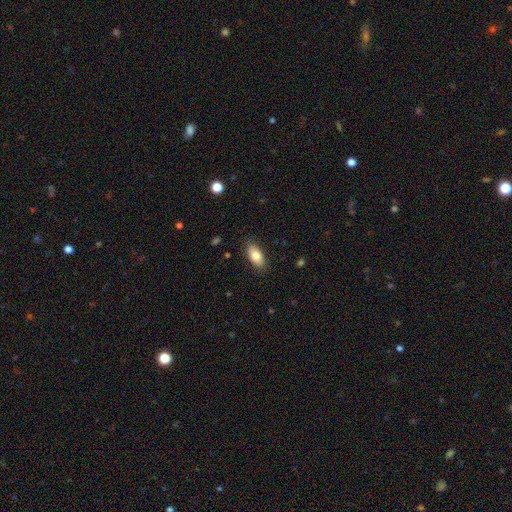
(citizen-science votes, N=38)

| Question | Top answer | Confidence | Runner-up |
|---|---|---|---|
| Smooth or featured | smooth | 76% | featured or disk (18%) |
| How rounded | in between | 93% | cigar-shaped (7%) |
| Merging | none | 86% | minor disturbance (14%) |